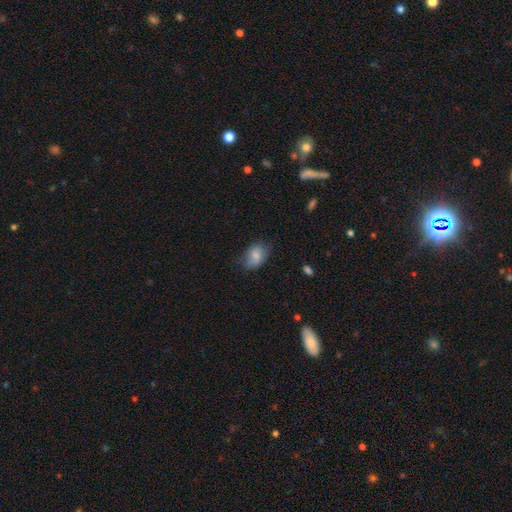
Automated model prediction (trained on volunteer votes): The model was most divided on "merging": none: 59%, minor disturbance: 30%, major disturbance: 8%, merger: 2%. More confident: how rounded — in between (83%); smooth or featured — smooth (72%).